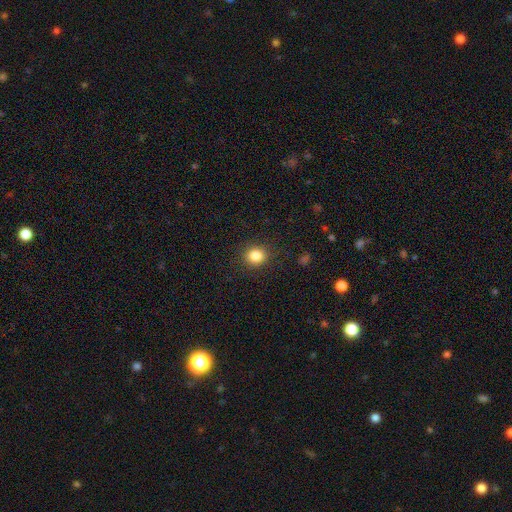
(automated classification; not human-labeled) Smooth or featured? Predicted: smooth (p=0.84). How rounded? Predicted: round (p=0.87). Merging? Predicted: none (p=0.90).